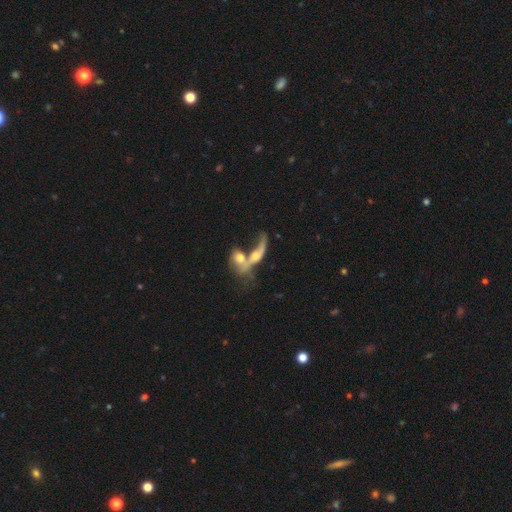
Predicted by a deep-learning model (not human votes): Smooth or featured: featured or disk — 54% (smooth — 37%)
Edge-on disk: no — 72% (yes — 28%)
Merging: merger — 71% (major disturbance — 12%)